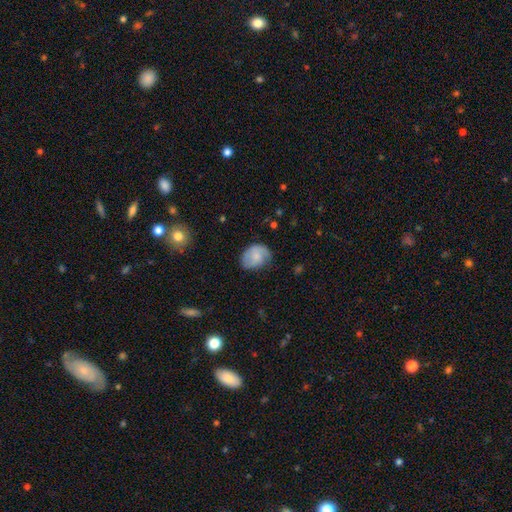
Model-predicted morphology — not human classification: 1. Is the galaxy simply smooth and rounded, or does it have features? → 61% smooth, 31% featured or disk, 8% star or artifact.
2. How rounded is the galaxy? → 57% in between, 42% round, 1% cigar-shaped.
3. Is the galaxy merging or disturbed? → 59% none, 29% minor disturbance, 10% major disturbance, 2% merger.